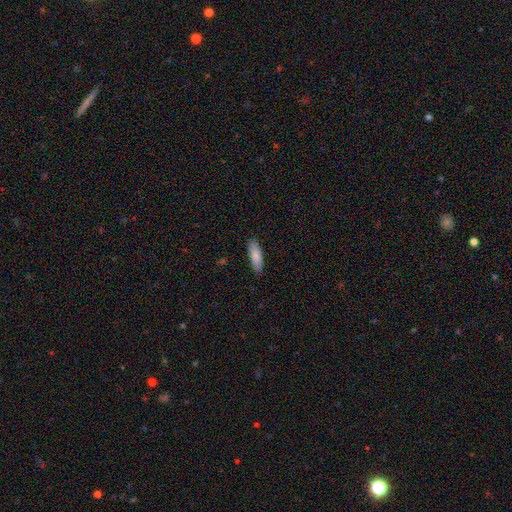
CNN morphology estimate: Smooth or featured: smooth — 85% (featured or disk — 9%)
How rounded: cigar-shaped — 50% (in between — 49%)
Merging: none — 89% (minor disturbance — 9%)